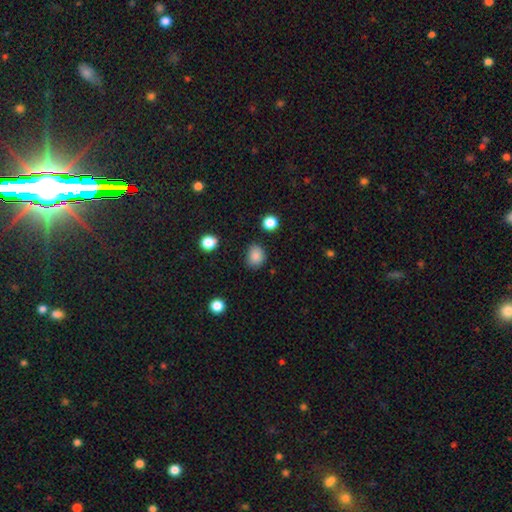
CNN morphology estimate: Overall: smooth (85%). How rounded: round (60%; in between 39%). Merging: none (76%).